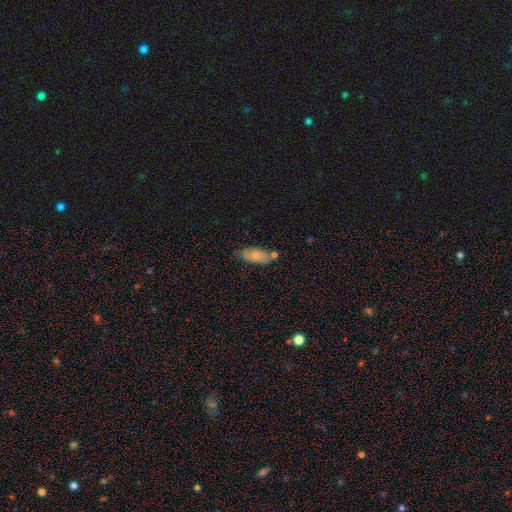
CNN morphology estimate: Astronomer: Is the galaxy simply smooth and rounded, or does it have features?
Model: smooth — 74%.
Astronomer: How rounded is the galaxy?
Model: in between — 86%.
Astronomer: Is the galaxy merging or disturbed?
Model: none — 64%.